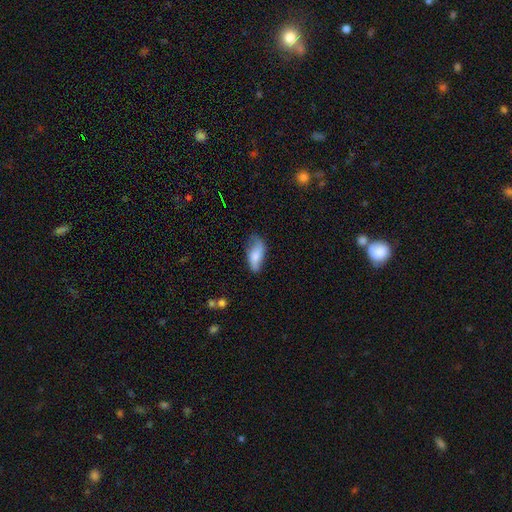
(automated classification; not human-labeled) This appears to be a smooth galaxy with no disk features (62%) that is in between round and cigar-shaped (79%). Merging: none (55%).